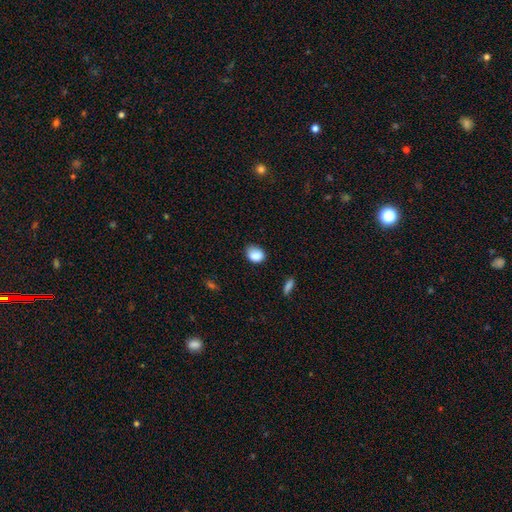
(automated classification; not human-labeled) smooth-or-featured: smooth: 85% | star or artifact: 9% | featured or disk: 6%
  how-rounded: in between: 63% | round: 36% | cigar-shaped: 1%
  merging: none: 64% | minor disturbance: 28% | major disturbance: 6% | merger: 2%